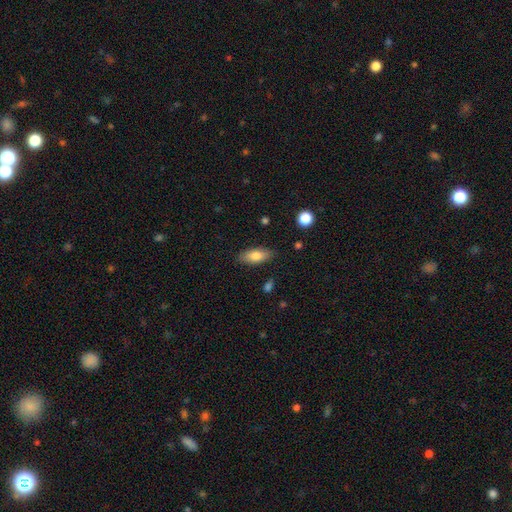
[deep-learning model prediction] Smooth or featured?
  - smooth: 79% *
  - featured or disk: 14%
  - star or artifact: 7%
How rounded?
  - in between: 81% *
  - cigar-shaped: 17%
  - round: 3%
Merging?
  - none: 86% *
  - minor disturbance: 10%
  - major disturbance: 2%
  - merger: 1%